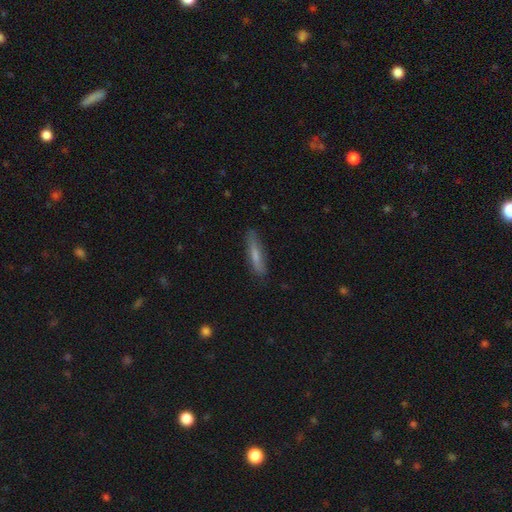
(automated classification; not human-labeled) This is likely a smooth galaxy (67%). How rounded: clearly cigar-shaped (83%). Merging: clearly none (81%).